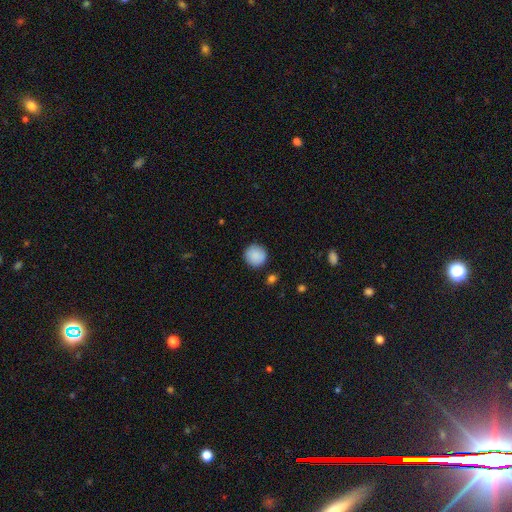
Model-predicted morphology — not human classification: Smooth or featured?
  - smooth: 89% *
  - star or artifact: 7%
  - featured or disk: 4%
How rounded?
  - round: 94% *
  - in between: 5%
  - cigar-shaped: 1%
Merging?
  - none: 89% *
  - minor disturbance: 7%
  - major disturbance: 2%
  - merger: 2%